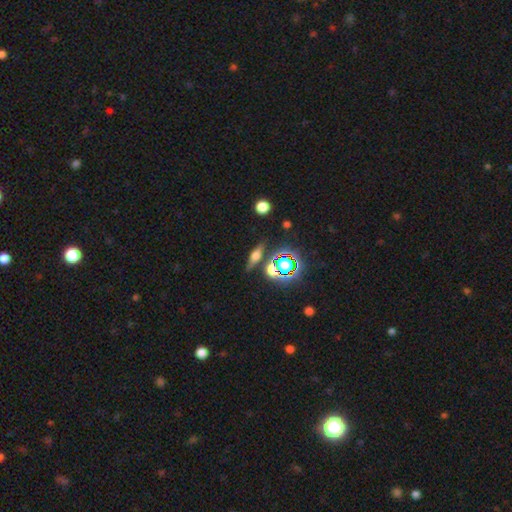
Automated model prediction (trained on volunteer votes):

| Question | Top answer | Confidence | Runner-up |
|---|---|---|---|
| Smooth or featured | featured or disk | 42% | smooth (38%) |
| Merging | none | 79% | minor disturbance (11%) |